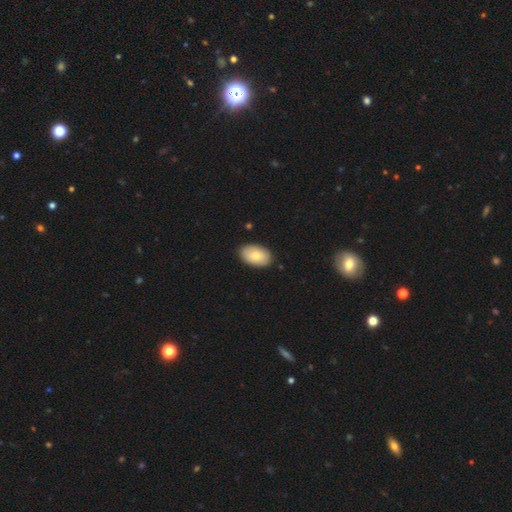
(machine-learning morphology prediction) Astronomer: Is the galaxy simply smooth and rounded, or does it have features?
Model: smooth — 79%.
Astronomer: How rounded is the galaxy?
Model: in between — 93%.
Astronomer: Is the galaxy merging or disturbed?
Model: none — 87%.